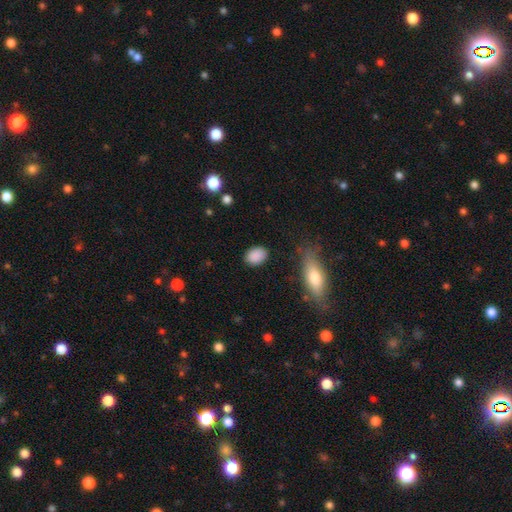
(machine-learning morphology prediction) type=smooth (89%); roundness=in between (77%); merging=none (85%).